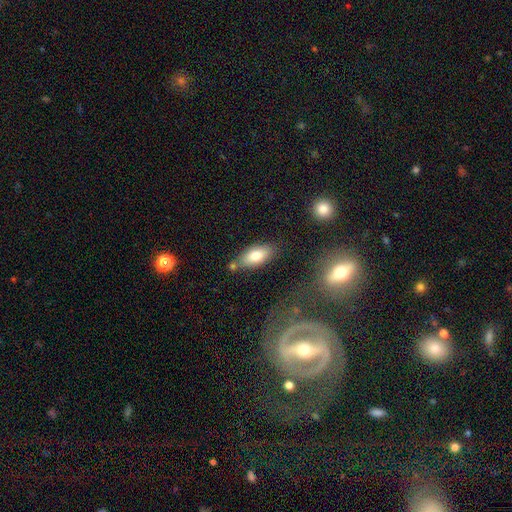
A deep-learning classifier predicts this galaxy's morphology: Overall: smooth (78%). How rounded: in between (86%). Merging: none (73%).